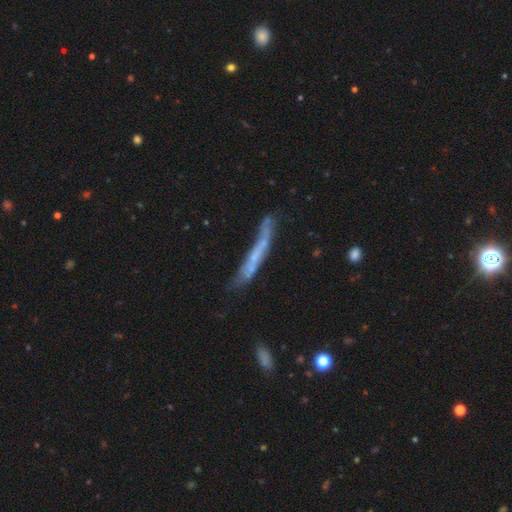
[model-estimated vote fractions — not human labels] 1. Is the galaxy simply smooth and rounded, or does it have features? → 51% featured or disk, 40% smooth, 9% star or artifact.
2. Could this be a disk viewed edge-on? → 75% yes, 25% no.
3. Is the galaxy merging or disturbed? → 50% none, 26% minor disturbance, 15% major disturbance, 9% merger.